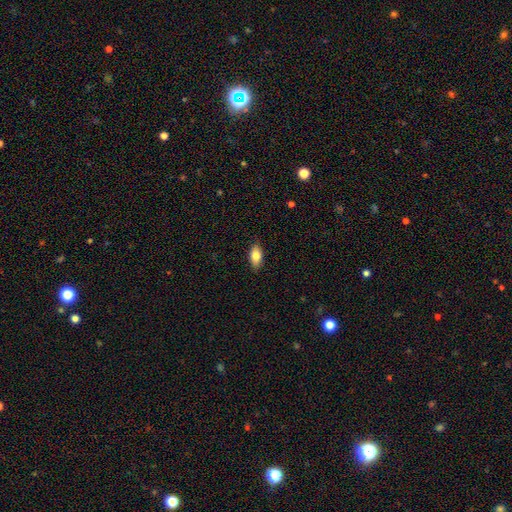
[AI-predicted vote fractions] smooth 82%, featured or disk 11%, star or artifact 7%. Down the decision tree: how rounded — in between (89%); merging — none (88%).